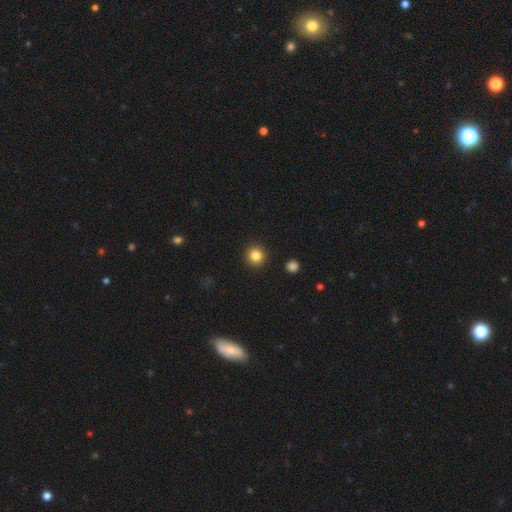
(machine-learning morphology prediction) Smooth or featured?
  - smooth: 84% *
  - star or artifact: 11%
  - featured or disk: 5%
How rounded?
  - round: 95% *
  - in between: 4%
  - cigar-shaped: 1%
Merging?
  - none: 92% *
  - minor disturbance: 5%
  - major disturbance: 2%
  - merger: 1%